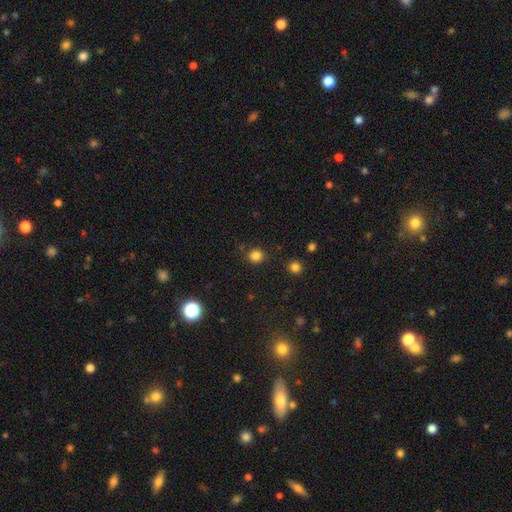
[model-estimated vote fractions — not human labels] Morphology: type=smooth (83%); roundness=round (82%); merging=none (86%).